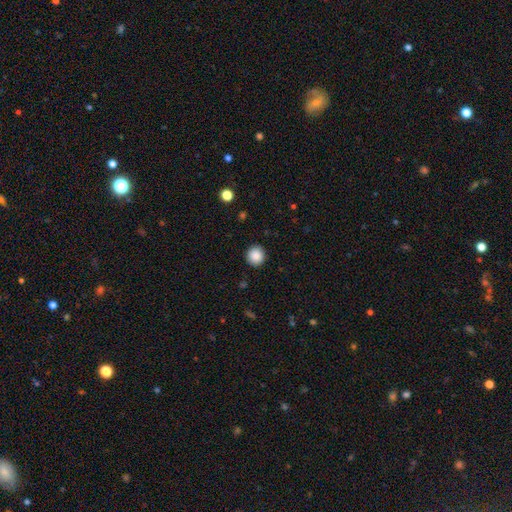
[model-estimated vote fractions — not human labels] The model was most divided on "smooth or featured": smooth: 88%, star or artifact: 9%, featured or disk: 3%. More confident: how rounded — round (92%); merging — none (92%).